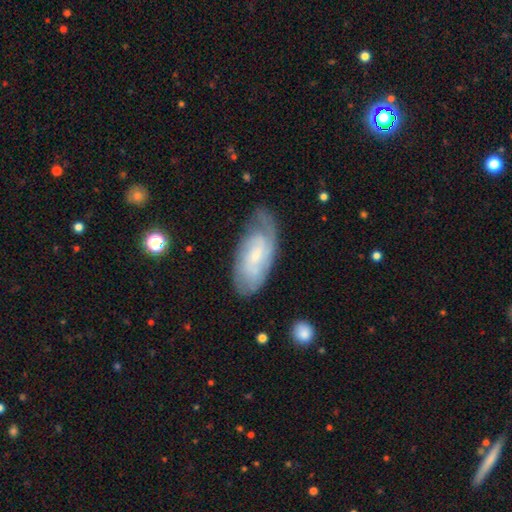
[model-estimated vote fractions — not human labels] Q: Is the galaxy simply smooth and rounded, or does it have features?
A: featured or disk — 69%.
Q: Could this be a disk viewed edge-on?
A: no — 93%.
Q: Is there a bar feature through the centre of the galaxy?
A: no — 49%.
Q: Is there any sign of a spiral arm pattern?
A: yes — 91%.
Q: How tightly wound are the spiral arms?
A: tight — 54%.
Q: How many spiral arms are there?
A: can't tell — 40%.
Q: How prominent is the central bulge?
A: small — 61%.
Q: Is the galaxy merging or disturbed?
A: none — 65%.